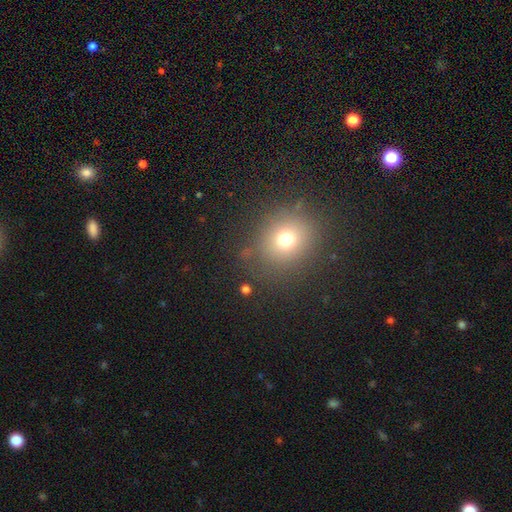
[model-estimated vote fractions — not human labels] Smooth or featured: smooth — 66% (star or artifact — 25%)
How rounded: round — 77% (in between — 22%)
Merging: none — 88% (minor disturbance — 8%)